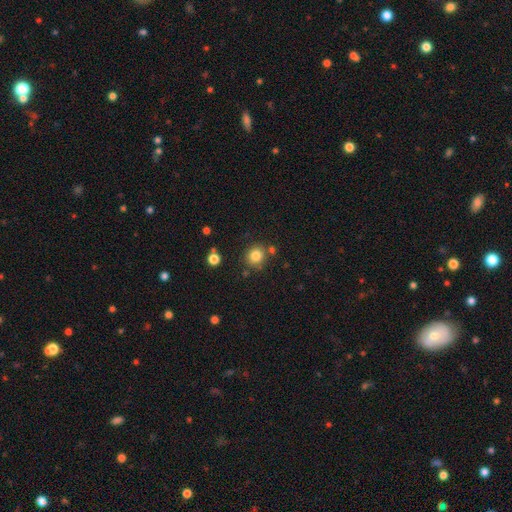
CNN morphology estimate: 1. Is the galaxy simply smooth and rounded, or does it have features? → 82% smooth, 12% star or artifact, 6% featured or disk.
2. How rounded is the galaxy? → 86% round, 13% in between, 1% cigar-shaped.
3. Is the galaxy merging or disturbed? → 79% none, 10% minor disturbance, 8% merger, 3% major disturbance.